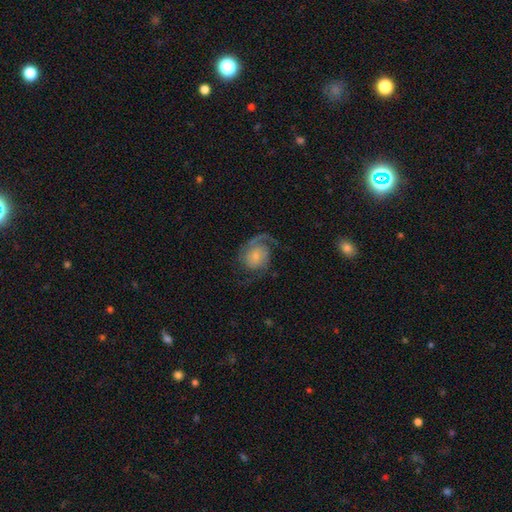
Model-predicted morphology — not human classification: Smooth or featured: featured or disk — 78% (smooth — 16%)
Edge-on disk: no — 98% (yes — 2%)
Bar: no — 65% (weak — 29%)
Spiral arms: yes — 95% (no — 5%)
Spiral winding: medium — 45% (tight — 28%)
Spiral arm count: 2 — 70% (1 — 18%)
Bulge size: small — 55% (moderate — 22%)
Merging: none — 62% (major disturbance — 19%)